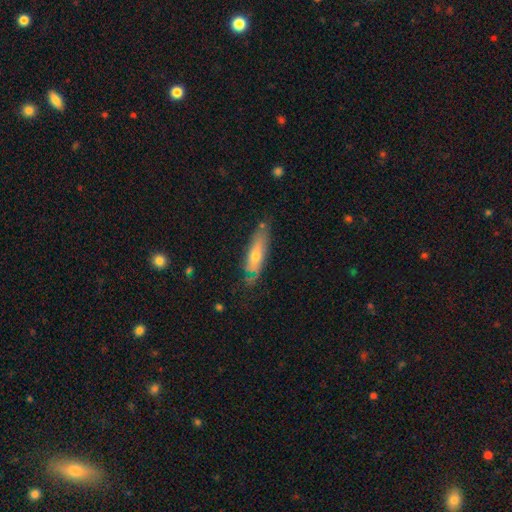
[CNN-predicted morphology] The model was most divided on "edge-on disk": yes: 54%, no: 46%. More confident: merging — none (76%); smooth or featured — featured or disk (56%).